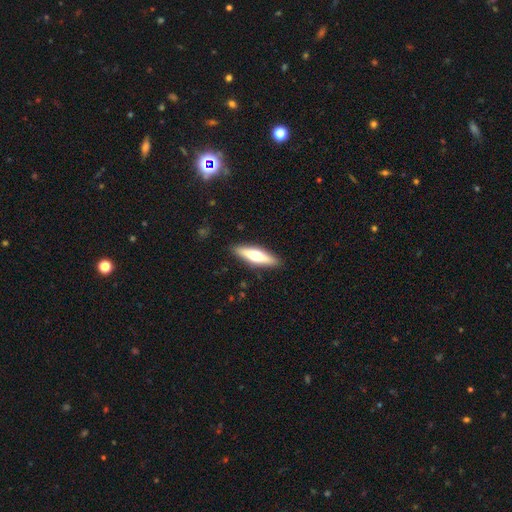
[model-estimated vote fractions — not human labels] Morphology: type=smooth (48%); merging=none (90%).